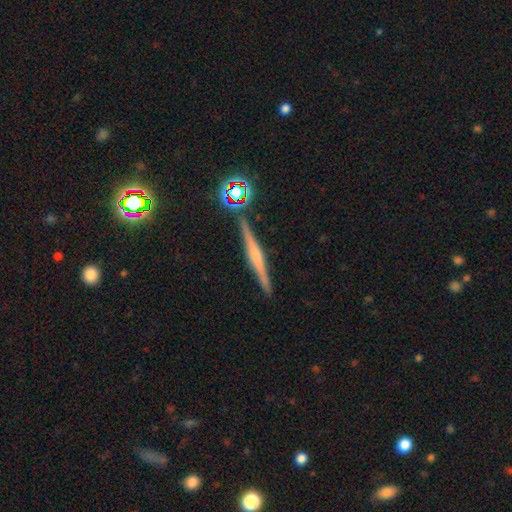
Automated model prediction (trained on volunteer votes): smooth-or-featured: featured or disk: 61% | smooth: 26% | star or artifact: 13%
  disk-edge-on: yes: 97% | no: 3%
    edge-on-bulge: rounded: 52% | none: 26% | boxy: 22%
  merging: none: 88% | minor disturbance: 7% | merger: 3% | major disturbance: 2%